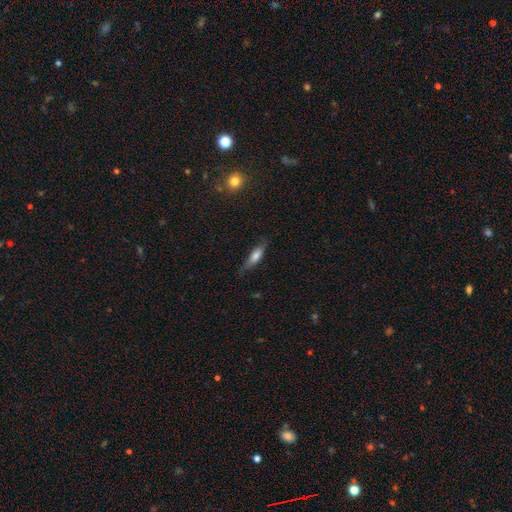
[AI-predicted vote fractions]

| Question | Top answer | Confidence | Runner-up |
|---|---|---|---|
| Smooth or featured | smooth | 62% | featured or disk (31%) |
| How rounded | cigar-shaped | 61% | in between (37%) |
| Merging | none | 71% | minor disturbance (22%) |